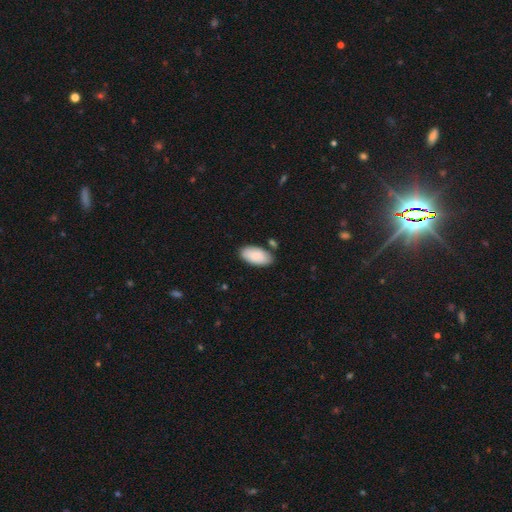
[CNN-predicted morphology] The model was most divided on "merging": none: 76%, minor disturbance: 15%, merger: 6%, major disturbance: 3%. More confident: how rounded — in between (95%); smooth or featured — smooth (88%).